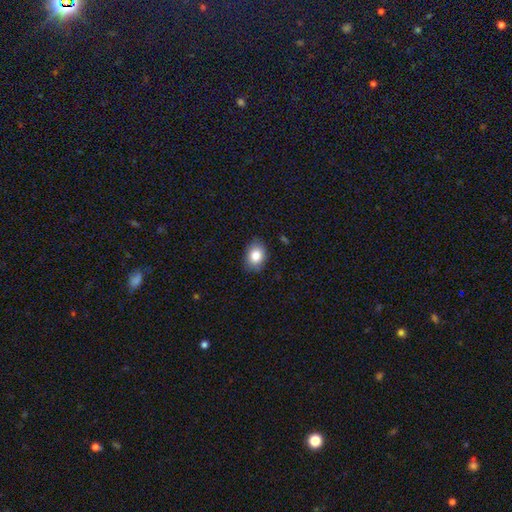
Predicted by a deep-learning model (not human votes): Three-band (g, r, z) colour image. It shows a smooth galaxy with no disk features (84%) that is in between round and cigar-shaped (69%). Merging: none (84%).